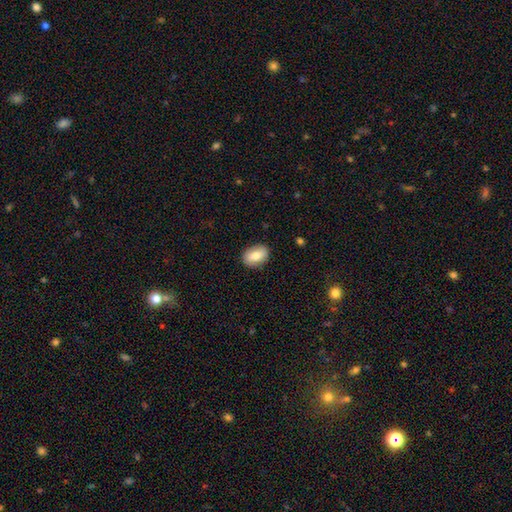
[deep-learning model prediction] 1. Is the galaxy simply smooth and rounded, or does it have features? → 77% smooth, 16% featured or disk, 7% star or artifact.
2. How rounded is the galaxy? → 78% in between, 20% round, 1% cigar-shaped.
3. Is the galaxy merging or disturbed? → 87% none, 10% minor disturbance, 2% major disturbance, 1% merger.